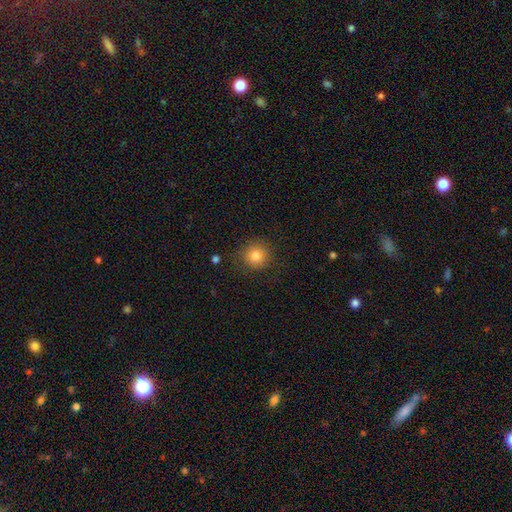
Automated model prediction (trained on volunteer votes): smooth-or-featured: smooth: 83% | star or artifact: 11% | featured or disk: 6%
  how-rounded: round: 92% | in between: 7% | cigar-shaped: 1%
  merging: none: 86% | minor disturbance: 10% | major disturbance: 3% | merger: 1%